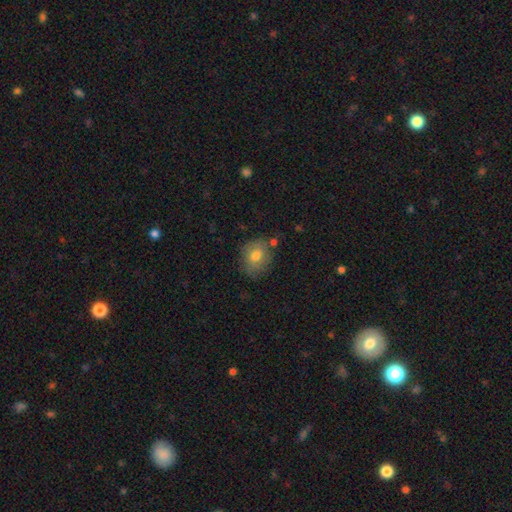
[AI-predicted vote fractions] A smooth galaxy with no disk features (76%) that is round (55%).

Vote fractions:
- Smooth or featured? smooth: 76% / featured or disk: 15% / star or artifact: 9%
- How rounded? round: 55% / in between: 43% / cigar-shaped: 1%
- Merging? none: 72% / minor disturbance: 19% / merger: 5% / major disturbance: 5%